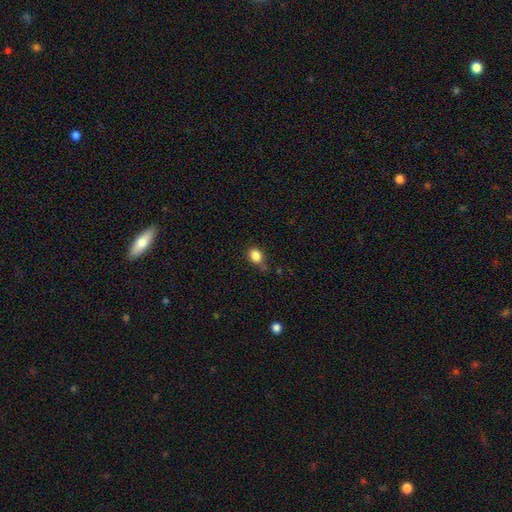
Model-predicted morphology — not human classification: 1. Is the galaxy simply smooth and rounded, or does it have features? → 85% smooth, 10% star or artifact, 5% featured or disk.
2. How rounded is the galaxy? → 60% in between, 39% round, 1% cigar-shaped.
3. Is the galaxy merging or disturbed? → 74% none, 19% minor disturbance, 4% major disturbance, 4% merger.